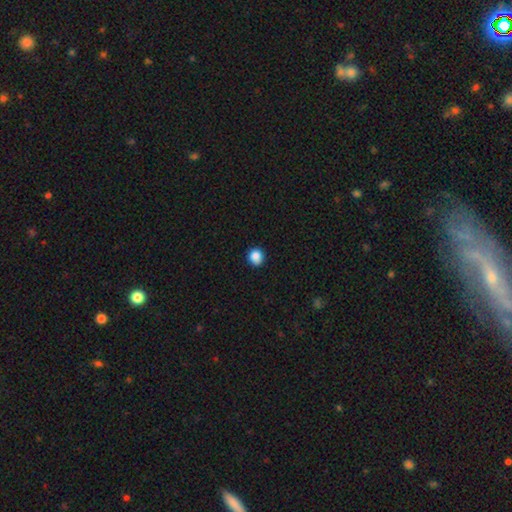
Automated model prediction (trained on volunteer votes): Smooth or featured? smooth (86%)
How rounded? round (88%)
Merging? none (89%)